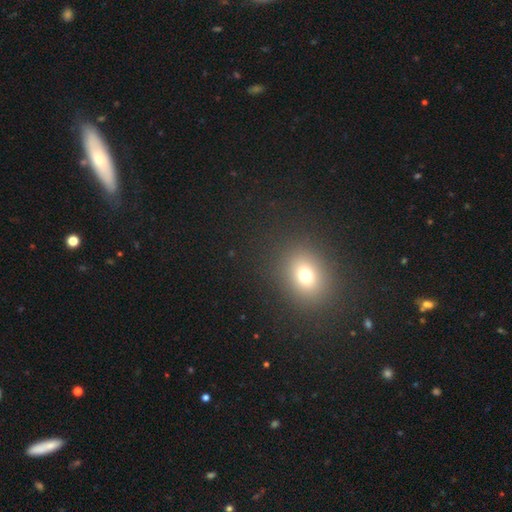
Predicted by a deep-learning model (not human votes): smooth-or-featured: smooth: 64% | star or artifact: 26% | featured or disk: 10%
  how-rounded: round: 62% | in between: 35% | cigar-shaped: 3%
  merging: none: 91% | minor disturbance: 6% | major disturbance: 2% | merger: 1%